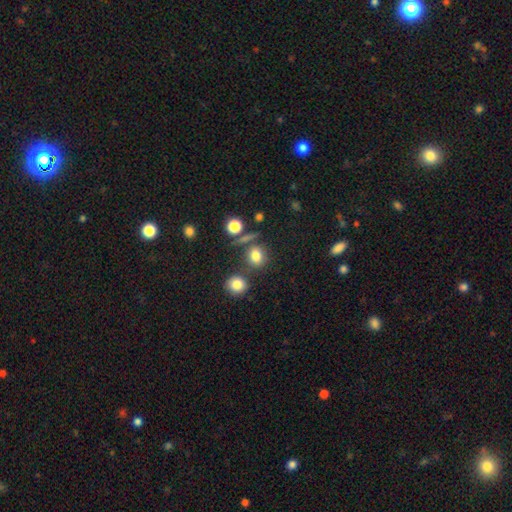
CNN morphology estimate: A smooth galaxy with no disk features (76%) that is round (66%).

Vote fractions:
- Smooth or featured? smooth: 76% / star or artifact: 16% / featured or disk: 9%
- How rounded? round: 66% / in between: 32% / cigar-shaped: 2%
- Merging? none: 67% / merger: 14% / minor disturbance: 13% / major disturbance: 6%